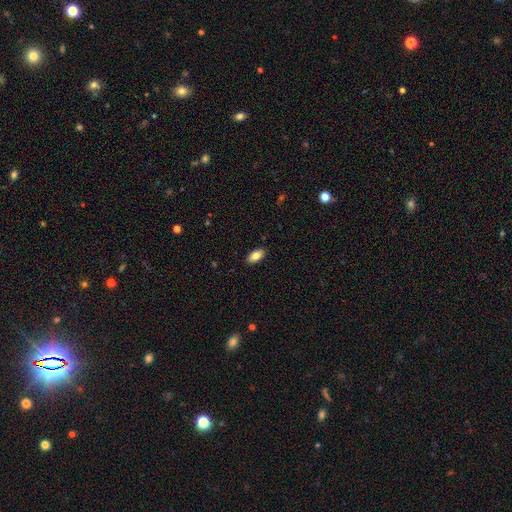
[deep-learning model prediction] This appears to be a smooth galaxy with no disk features (83%) that is in between round and cigar-shaped (92%). Merging: none (89%).